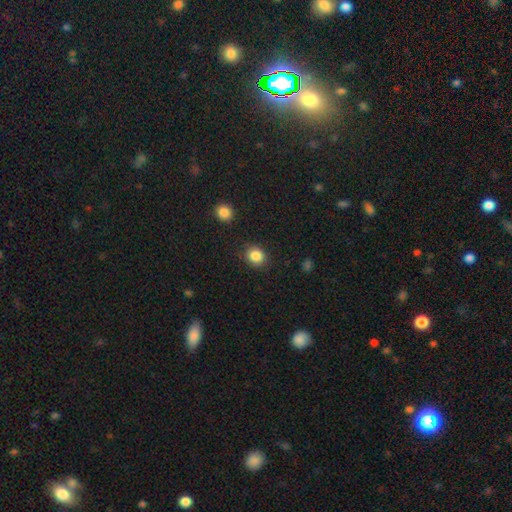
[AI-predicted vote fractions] This appears to be a smooth galaxy with no disk features (87%) that is round (74%). Merging: none (85%).